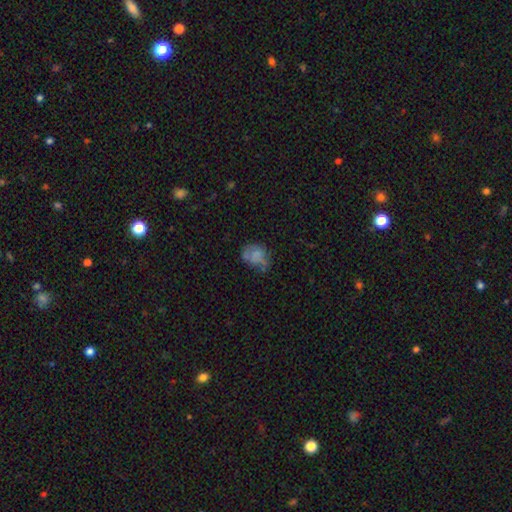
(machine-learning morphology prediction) smooth-or-featured: smooth: 53% | featured or disk: 33% | star or artifact: 13%
  how-rounded: in between: 54% | round: 45% | cigar-shaped: 1%
  merging: none: 41% | minor disturbance: 30% | major disturbance: 24% | merger: 5%